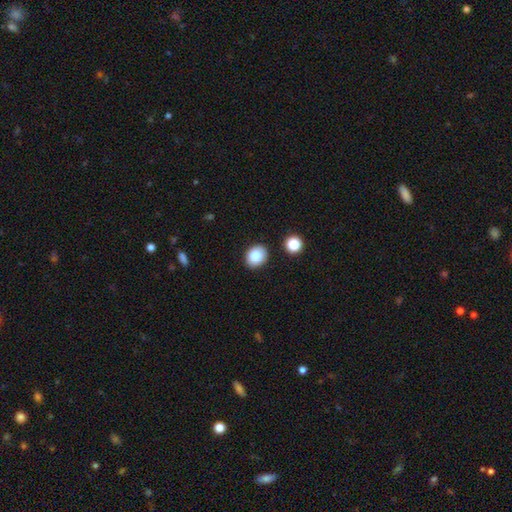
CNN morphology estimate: The model was most divided on "how rounded": round: 56%, in between: 43%, cigar-shaped: 1%. More confident: merging — none (85%); smooth or featured — smooth (85%).